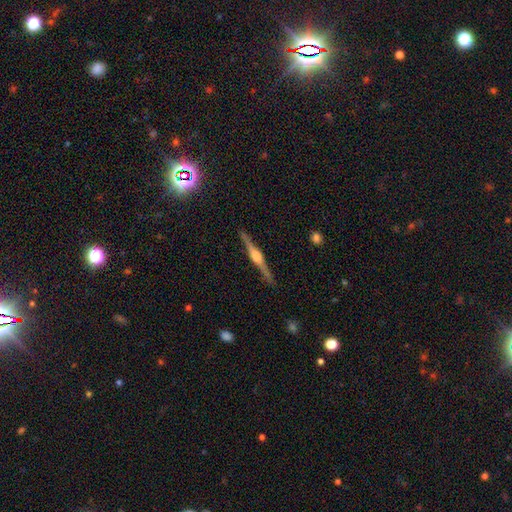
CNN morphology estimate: The model was most divided on "edge-on bulge": rounded: 82%, boxy: 15%, none: 3%. More confident: edge-on disk — yes (98%); merging — none (91%); smooth or featured — featured or disk (86%).